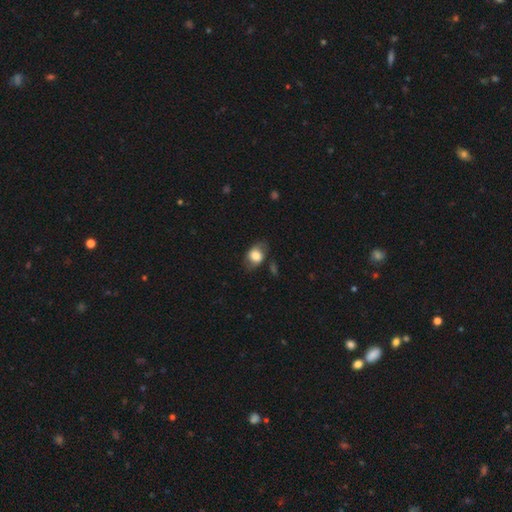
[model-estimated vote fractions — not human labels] This appears to be a smooth galaxy with no disk features (72%) that is in between round and cigar-shaped (68%). Merging: none (64%).